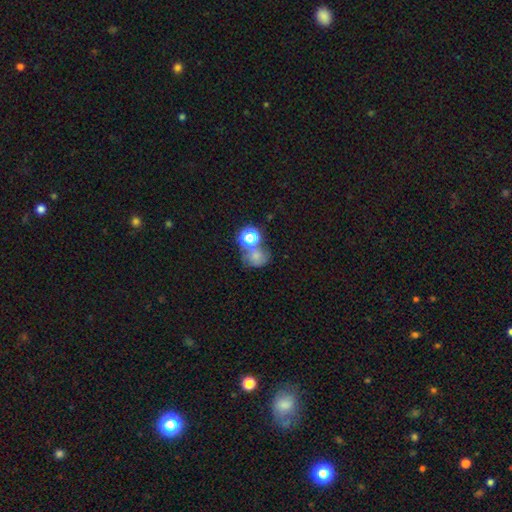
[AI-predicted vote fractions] smooth 59%, star or artifact 23%, featured or disk 18%. Down the decision tree: how rounded — round (65%); merging — none (38%).